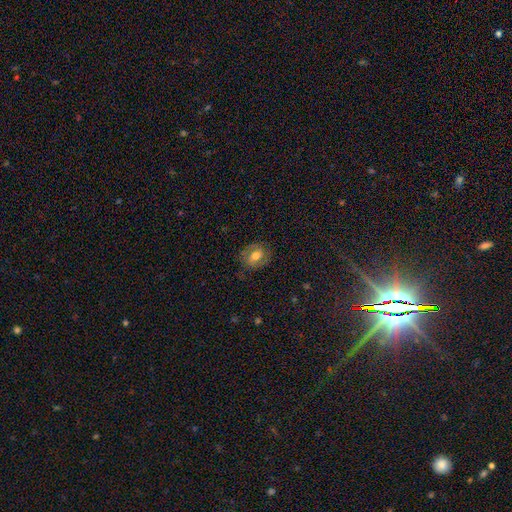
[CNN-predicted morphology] Smooth or featured? featured or disk (46%)
Merging? none (79%)